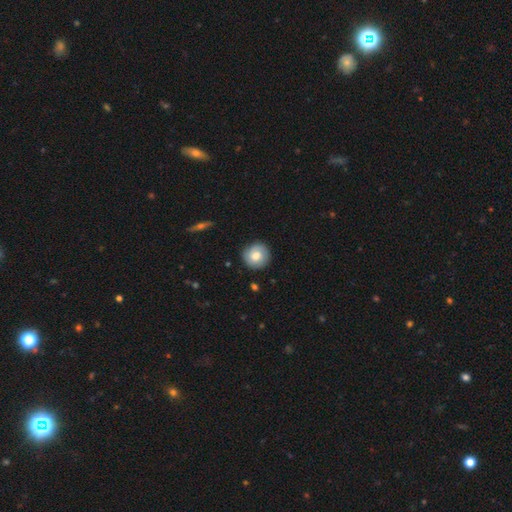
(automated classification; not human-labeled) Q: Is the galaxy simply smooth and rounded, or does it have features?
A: smooth — 72%.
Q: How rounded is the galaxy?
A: round — 92%.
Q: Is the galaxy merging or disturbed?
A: none — 86%.